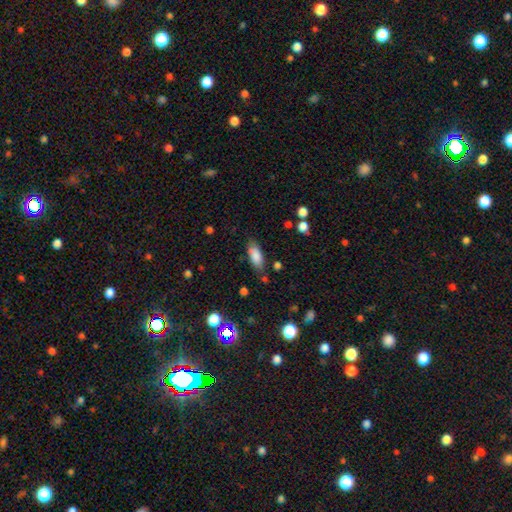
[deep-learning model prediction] Smooth or featured?
  - smooth: 85% *
  - featured or disk: 8%
  - star or artifact: 8%
How rounded?
  - in between: 82% *
  - cigar-shaped: 16%
  - round: 2%
Merging?
  - none: 78% *
  - minor disturbance: 15%
  - major disturbance: 4%
  - merger: 3%